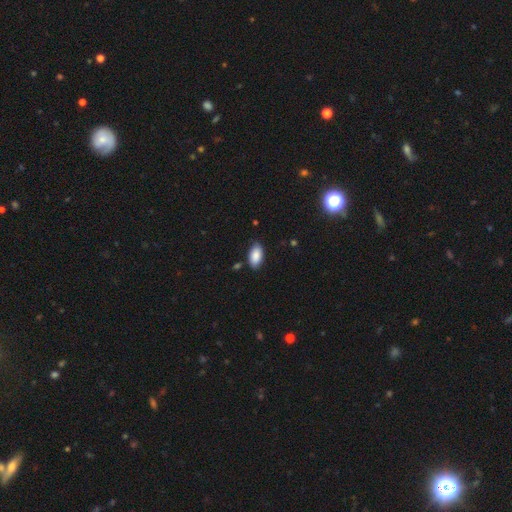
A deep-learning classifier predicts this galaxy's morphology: This is clearly a smooth galaxy (88%). How rounded: clearly in between (94%). Merging: clearly none (83%).